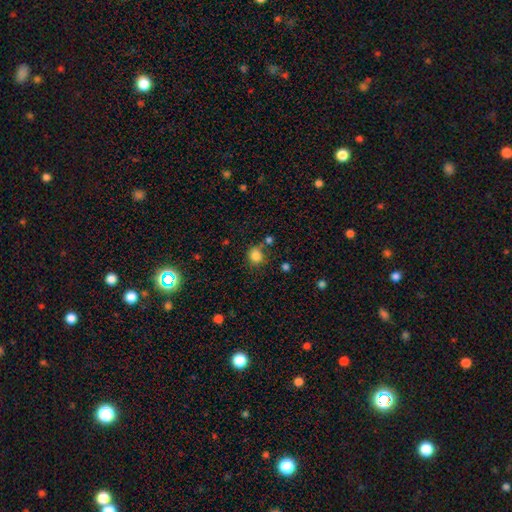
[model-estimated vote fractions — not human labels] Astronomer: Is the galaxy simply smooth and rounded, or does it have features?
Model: smooth — 83%.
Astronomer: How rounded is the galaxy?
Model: round — 79%.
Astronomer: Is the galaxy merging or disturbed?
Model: none — 68%.